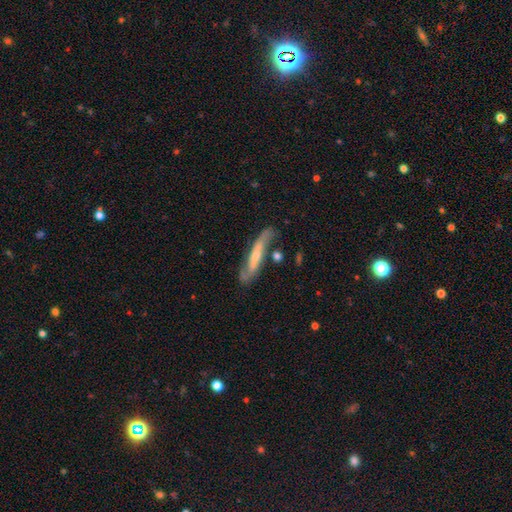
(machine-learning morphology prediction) A featured or disk galaxy (67%) viewed edge-on (53%). Merging: none (64%).